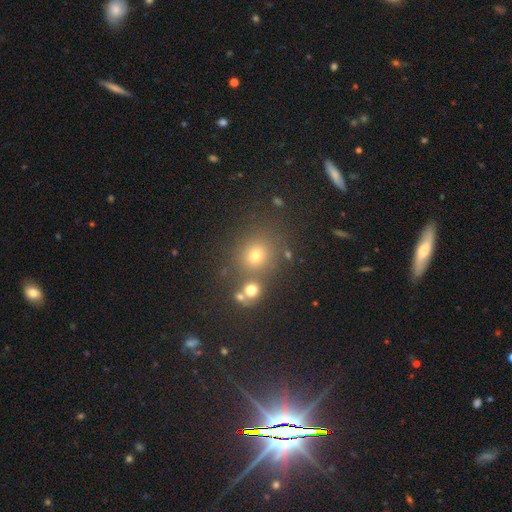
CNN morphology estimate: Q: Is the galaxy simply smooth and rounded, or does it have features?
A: smooth — 67%.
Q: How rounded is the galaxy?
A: round — 80%.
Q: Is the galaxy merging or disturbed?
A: none — 69%.